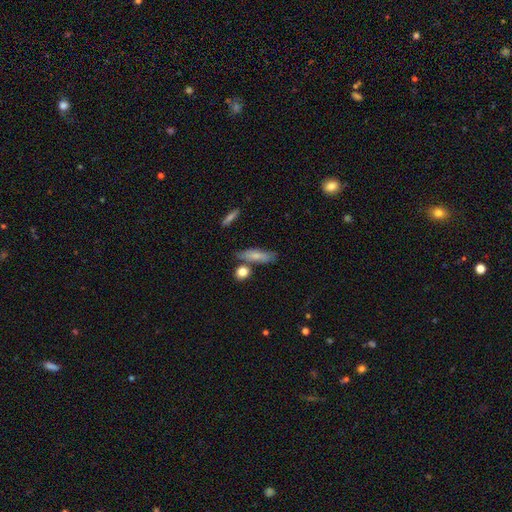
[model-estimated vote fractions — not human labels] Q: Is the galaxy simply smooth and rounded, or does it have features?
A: smooth — 70%.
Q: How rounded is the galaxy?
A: cigar-shaped — 54%.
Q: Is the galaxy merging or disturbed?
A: none — 66%.